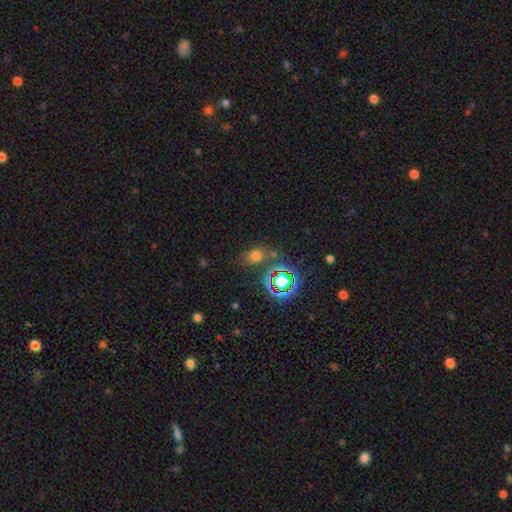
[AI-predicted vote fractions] smooth 58%, star or artifact 33%, featured or disk 9%. Down the decision tree: how rounded — round (51%); merging — none (69%).